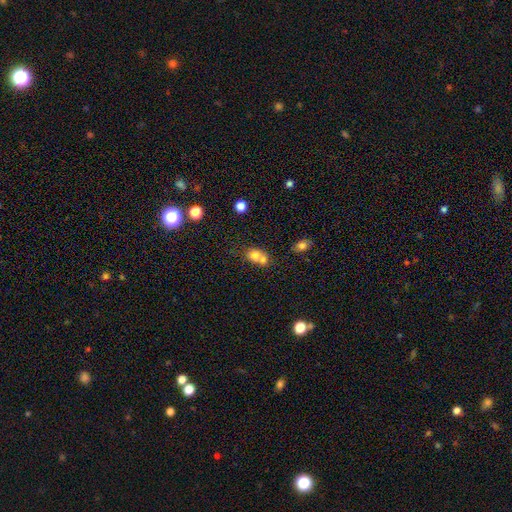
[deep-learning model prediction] The model was most divided on "how rounded": round: 62%, in between: 37%, cigar-shaped: 1%. More confident: smooth or featured — smooth (73%); merging — merger (61%).